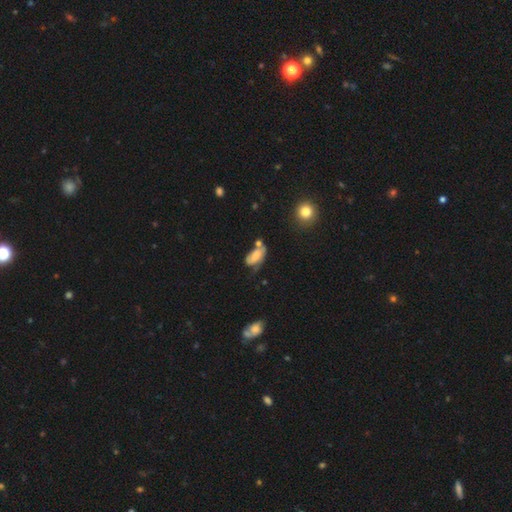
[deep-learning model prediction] smooth-or-featured: smooth: 48% | featured or disk: 43% | star or artifact: 9%
  merging: none: 33% | minor disturbance: 28% | major disturbance: 21% | merger: 18%